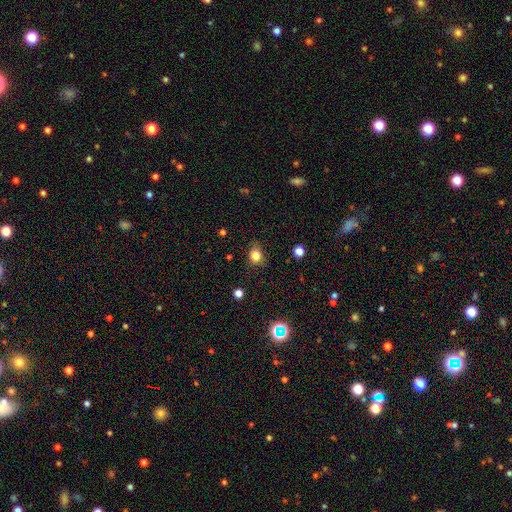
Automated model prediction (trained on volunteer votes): smooth_or_featured: smooth (p=0.80) [alt: star or artifact p=0.14]
how_rounded: round (p=0.59) [alt: in between p=0.40]
merging: none (p=0.78) [alt: minor disturbance p=0.17]